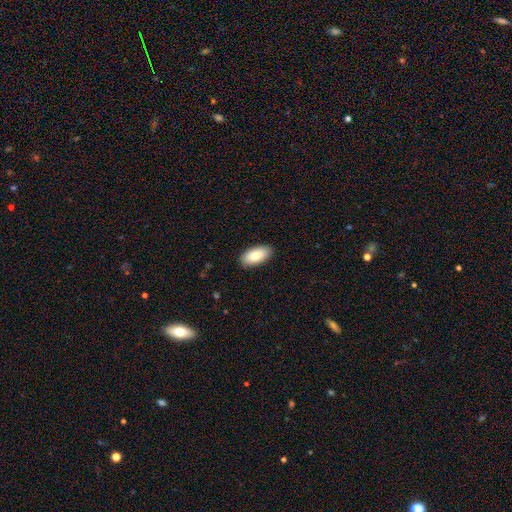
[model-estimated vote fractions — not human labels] Overall: smooth (79%). How rounded: in between (94%). Merging: none (89%).